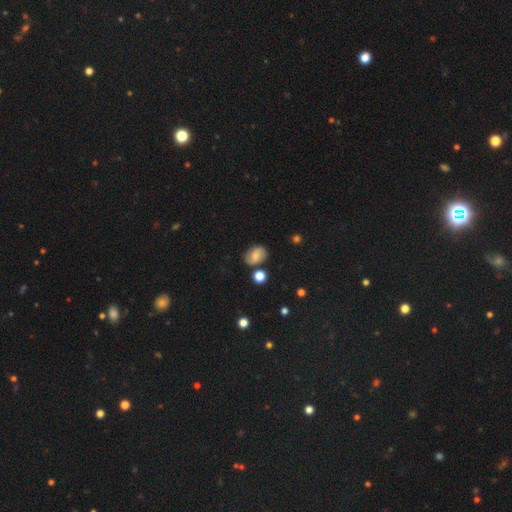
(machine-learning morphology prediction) The model was most divided on "smooth or featured": smooth: 55%, featured or disk: 34%, star or artifact: 10%. More confident: merging — none (73%); how rounded — in between (72%).